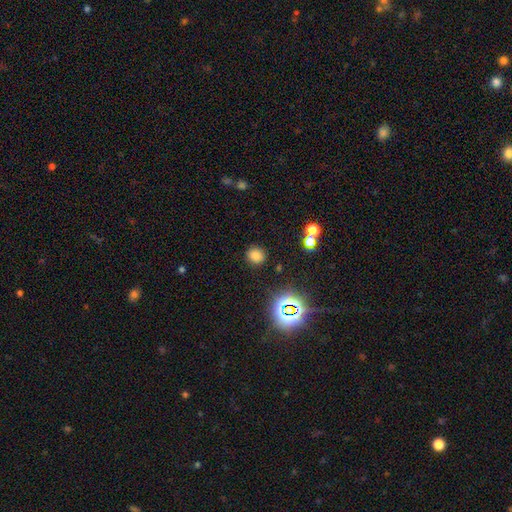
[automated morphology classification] Smooth or featured? Predicted: smooth (p=0.74). How rounded? Predicted: round (p=0.81). Merging? Predicted: none (p=0.87).